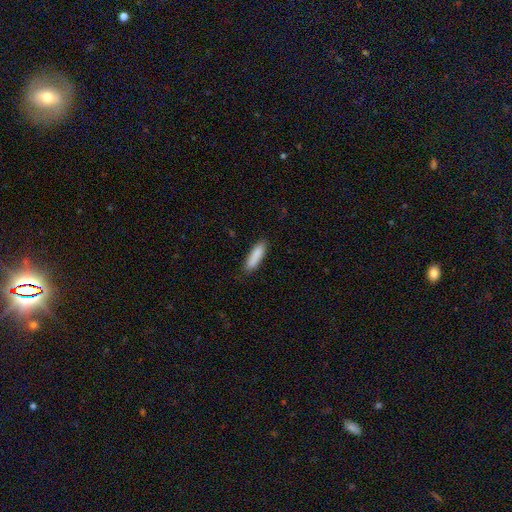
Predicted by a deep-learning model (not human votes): The model was most divided on "how rounded": cigar-shaped: 64%, in between: 34%, round: 1%. More confident: smooth or featured — smooth (88%); merging — none (84%).